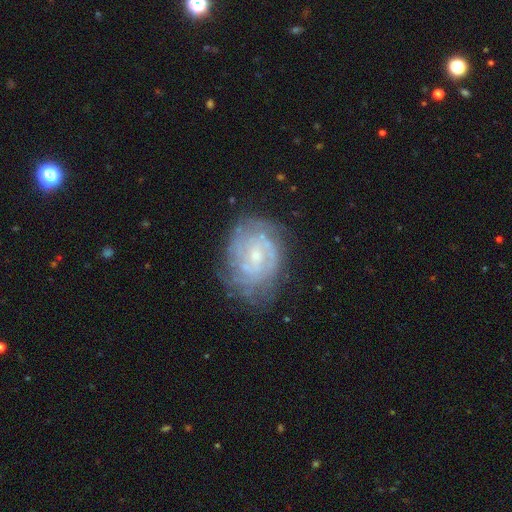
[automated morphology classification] This is likely a featured or disk galaxy (79%). It is clearly not viewed edge-on (97%). Bar: possibly no (53%). Spiral arm pattern: clearly yes (89%). Spiral arm count: possibly can't tell (47%). Spiral winding: likely tight (67%). Central bulge: likely small (63%). Merging: likely none (70%).